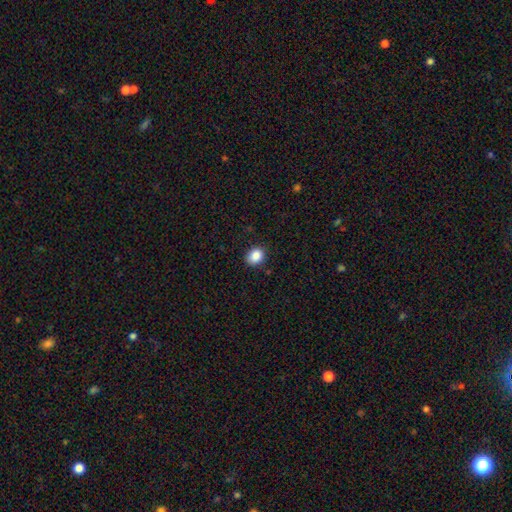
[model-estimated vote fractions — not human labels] This appears to be a smooth galaxy with no disk features (88%) that is round (53%). Merging: none (87%).